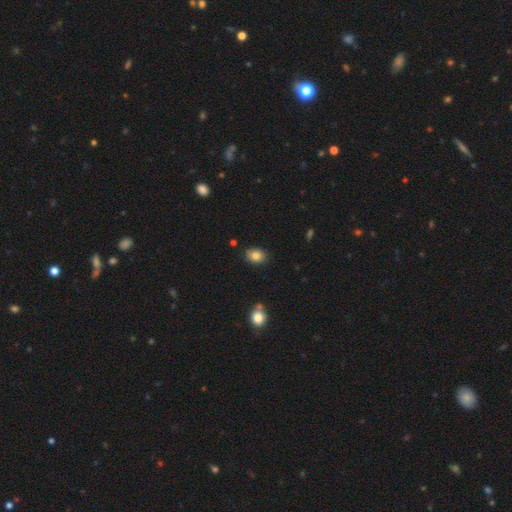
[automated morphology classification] type=smooth (83%); roundness=in between (66%); merging=none (85%).